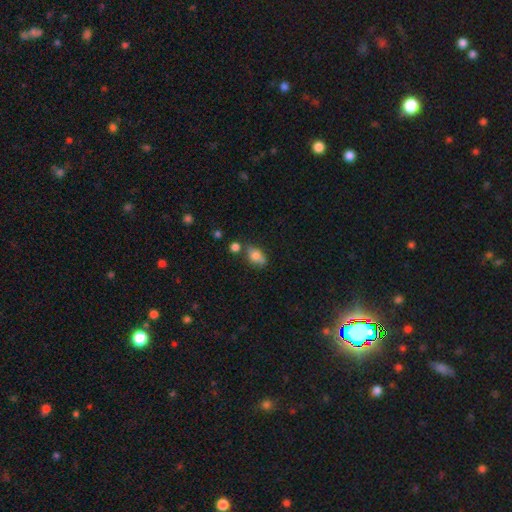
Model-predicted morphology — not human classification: smooth 75%, featured or disk 14%, star or artifact 10%. Down the decision tree: how rounded — in between (73%); merging — none (51%).